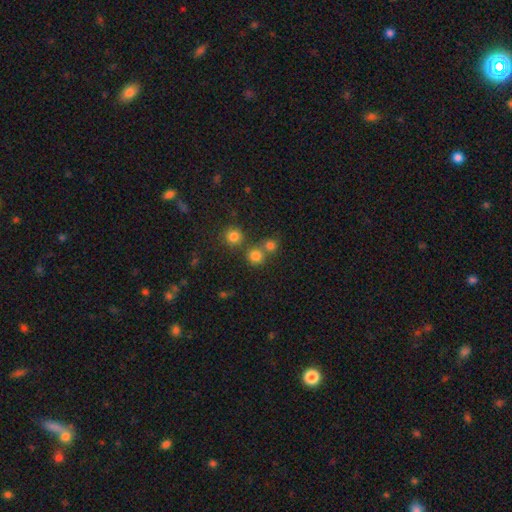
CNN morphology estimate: Overall: smooth (78%). How rounded: round (90%). Merging: none (65%; merger 26%).